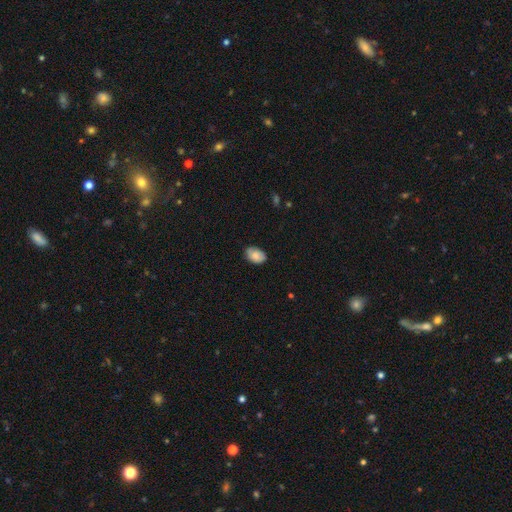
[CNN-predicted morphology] Smooth or featured: smooth — 77% (featured or disk — 15%)
How rounded: in between — 85% (round — 14%)
Merging: none — 75% (minor disturbance — 21%)